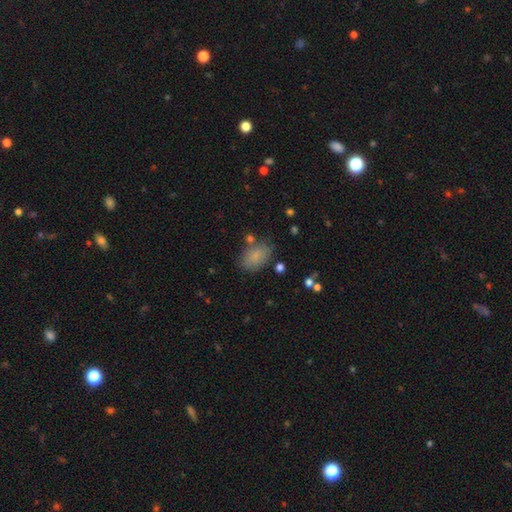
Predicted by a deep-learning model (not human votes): The model was most divided on "merging": none: 72%, minor disturbance: 17%, merger: 6%, major disturbance: 5%. More confident: how rounded — in between (85%); smooth or featured — smooth (80%).